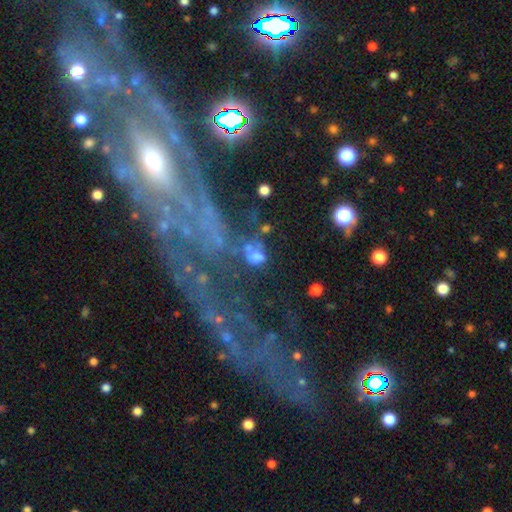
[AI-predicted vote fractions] smooth_or_featured: smooth (p=0.44) [alt: featured or disk p=0.33]
merging: none (p=0.38) [alt: major disturbance p=0.25]